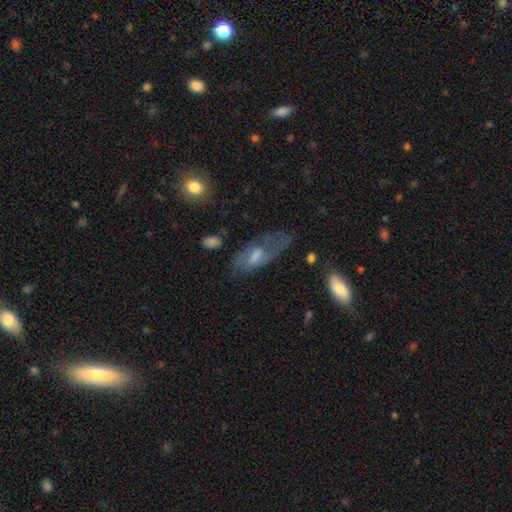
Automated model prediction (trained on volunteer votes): smooth-or-featured: featured or disk: 51% | smooth: 40% | star or artifact: 9%
  disk-edge-on: no: 84% | yes: 16%
  merging: none: 49% | minor disturbance: 26% | major disturbance: 22% | merger: 4%